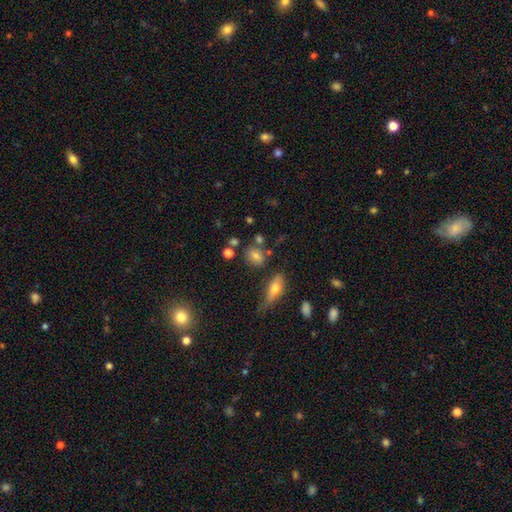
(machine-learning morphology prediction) smooth_or_featured: smooth (p=0.74) [alt: star or artifact p=0.13]
how_rounded: round (p=0.52) [alt: in between p=0.45]
merging: none (p=0.69) [alt: minor disturbance p=0.15]